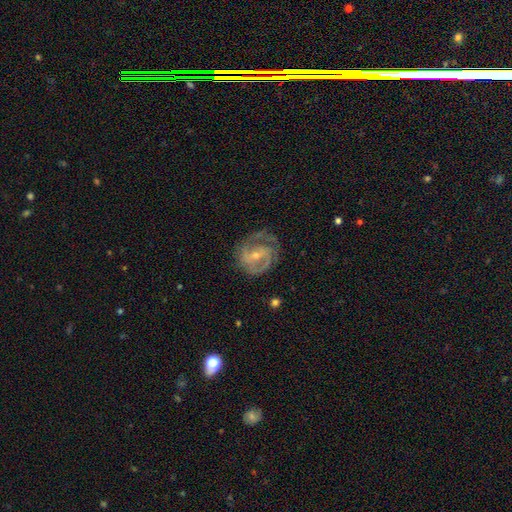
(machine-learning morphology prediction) This appears to be a featured or disk galaxy (85%) with a weak bar (43%), 2 (61%) tight (45%) spiral arms (94%) and a small central bulge (62%). Merging: none (63%).